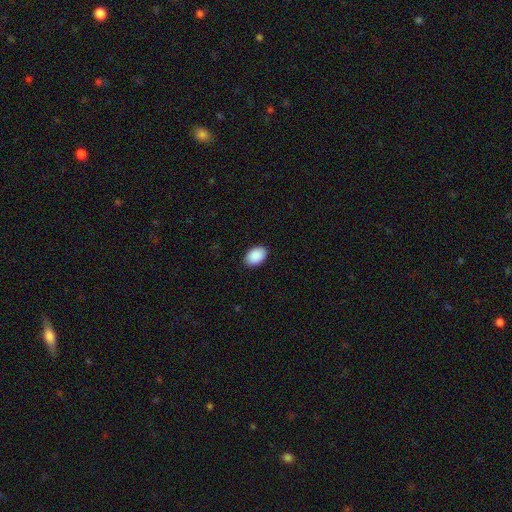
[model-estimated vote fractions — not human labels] Smooth or featured: smooth — 91% (star or artifact — 6%)
How rounded: in between — 90% (round — 9%)
Merging: none — 90% (minor disturbance — 8%)